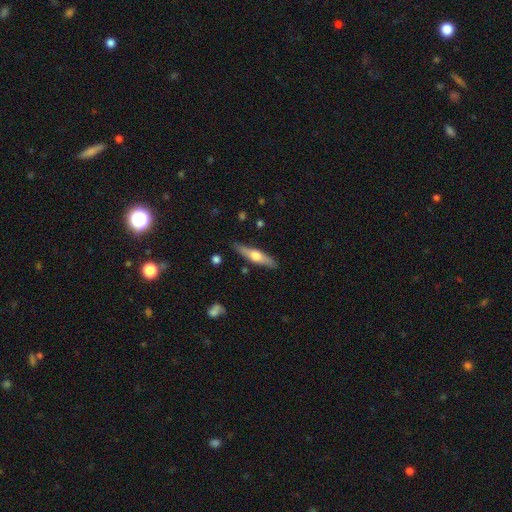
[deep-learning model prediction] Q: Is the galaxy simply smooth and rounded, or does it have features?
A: featured or disk — 56%.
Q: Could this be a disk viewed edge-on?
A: yes — 93%.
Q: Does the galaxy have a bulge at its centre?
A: rounded — 93%.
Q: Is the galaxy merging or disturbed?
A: none — 87%.